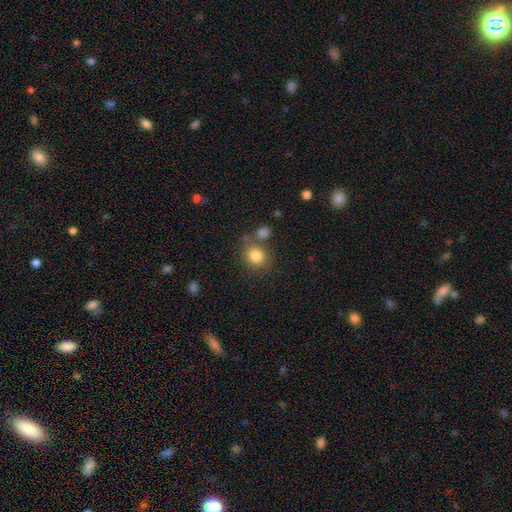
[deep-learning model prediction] The model was most divided on "how rounded": round: 76%, in between: 23%, cigar-shaped: 1%. More confident: smooth or featured — smooth (83%); merging — none (68%).